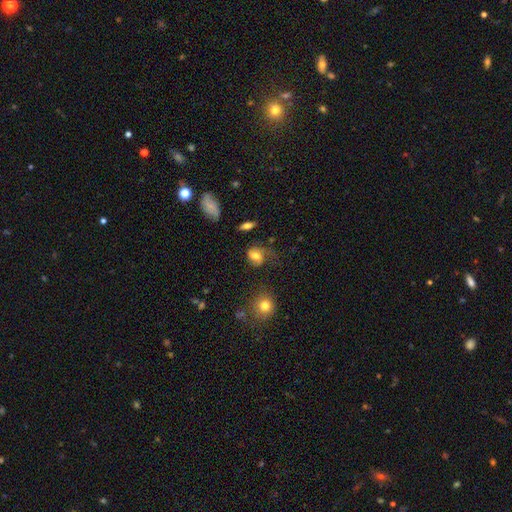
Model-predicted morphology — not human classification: smooth-or-featured: smooth: 58% | featured or disk: 33% | star or artifact: 9%
  how-rounded: in between: 55% | round: 43% | cigar-shaped: 2%
  merging: none: 36% | major disturbance: 35% | minor disturbance: 25% | merger: 4%